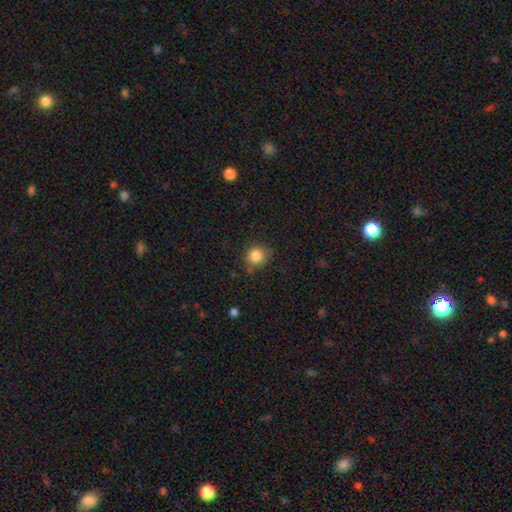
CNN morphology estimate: A smooth galaxy with no disk features (85%) that is round (81%).

Vote fractions:
- Smooth or featured? smooth: 85% / star or artifact: 10% / featured or disk: 5%
- How rounded? round: 81% / in between: 18% / cigar-shaped: 1%
- Merging? none: 73% / minor disturbance: 21% / major disturbance: 5% / merger: 2%